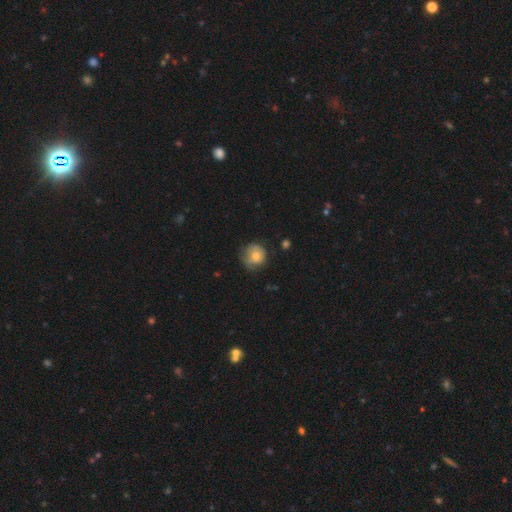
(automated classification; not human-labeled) Smooth or featured: smooth — 71% (featured or disk — 21%)
How rounded: round — 87% (in between — 12%)
Merging: none — 61% (minor disturbance — 28%)